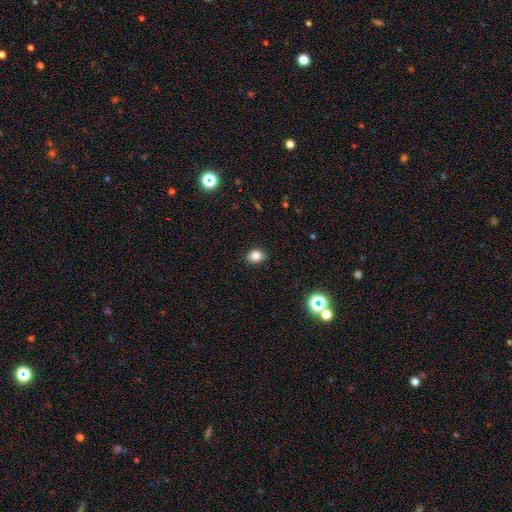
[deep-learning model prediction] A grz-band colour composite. It shows a smooth galaxy with no disk features (83%) that is in between round and cigar-shaped (53%). Merging: none (88%).